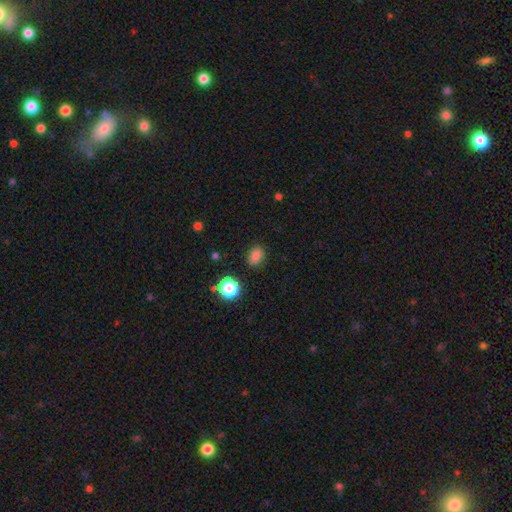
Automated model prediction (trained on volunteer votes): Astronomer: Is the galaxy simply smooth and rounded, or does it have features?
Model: smooth — 81%.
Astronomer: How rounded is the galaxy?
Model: in between — 62%.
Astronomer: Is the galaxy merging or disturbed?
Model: none — 85%.